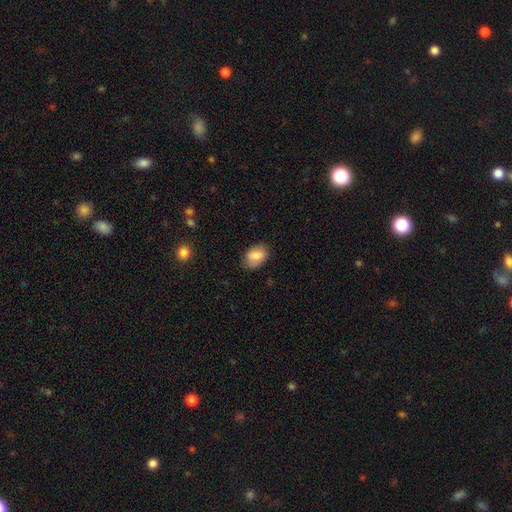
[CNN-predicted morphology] smooth 80%, featured or disk 13%, star or artifact 7%. Down the decision tree: how rounded — in between (85%); merging — none (78%).